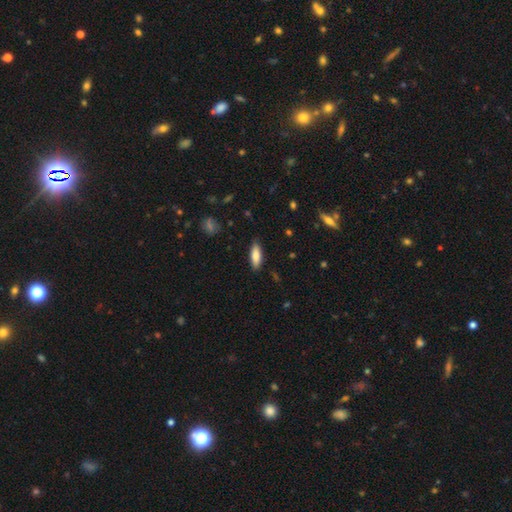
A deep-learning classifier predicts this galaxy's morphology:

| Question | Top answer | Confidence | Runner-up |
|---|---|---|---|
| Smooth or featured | smooth | 81% | featured or disk (13%) |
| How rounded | in between | 57% | cigar-shaped (42%) |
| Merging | none | 86% | minor disturbance (11%) |